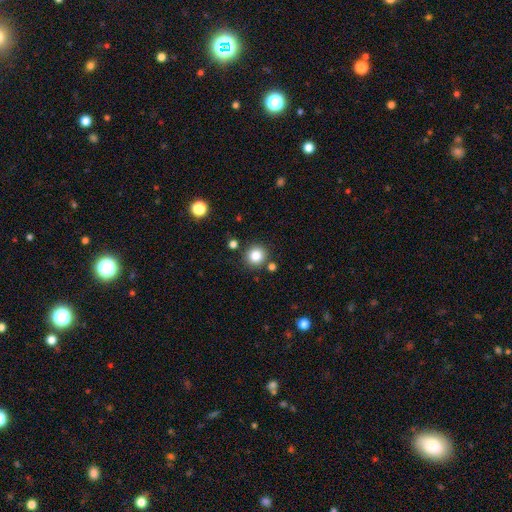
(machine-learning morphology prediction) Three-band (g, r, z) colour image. It shows a smooth galaxy with no disk features (84%) that is round (93%). Merging: none (85%).